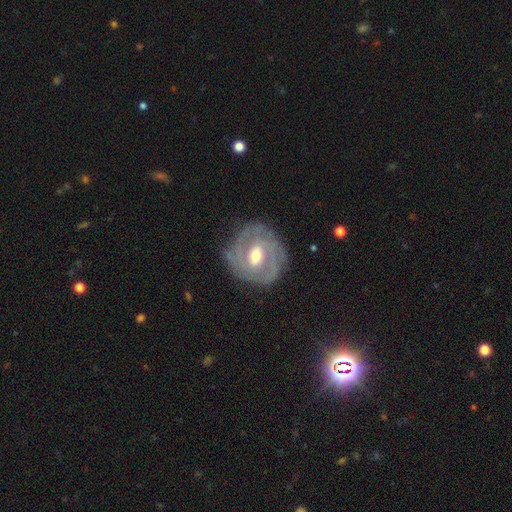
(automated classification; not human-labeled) Q: Smooth or featured?
A: featured or disk (80%); runner-up: smooth (15%)
Q: Edge-on disk?
A: no (97%); runner-up: yes (3%)
Q: Bar?
A: weak (50%); runner-up: no (31%)
Q: Spiral arms?
A: yes (87%); runner-up: no (13%)
Q: Spiral winding?
A: tight (65%); runner-up: medium (27%)
Q: Spiral arm count?
A: 2 (43%); runner-up: can't tell (28%)
Q: Bulge size?
A: moderate (70%); runner-up: small (22%)
Q: Merging?
A: none (77%); runner-up: minor disturbance (16%)